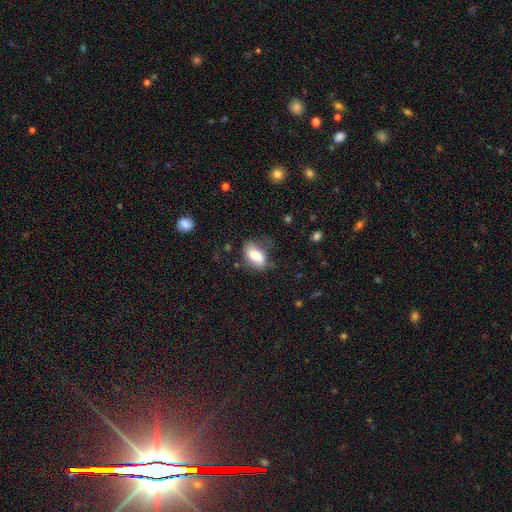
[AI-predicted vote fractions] Smooth or featured? Predicted: smooth (p=0.80). How rounded? Predicted: in between (p=0.90). Merging? Predicted: none (p=0.60).